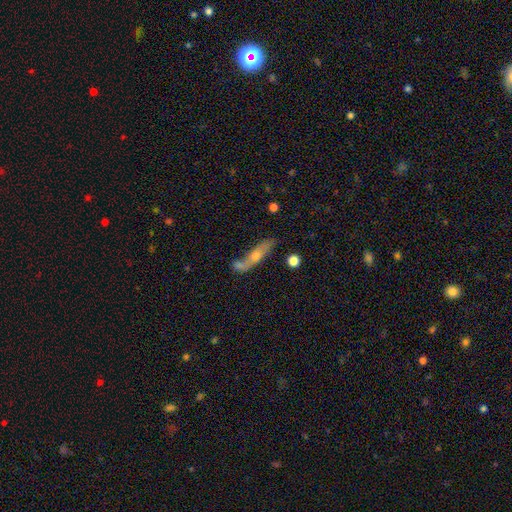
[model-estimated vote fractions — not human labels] Overall: featured or disk (52%; smooth 40%). Edge-on disk: yes (65%; no 35%). Merging: none (49%; merger 23%).